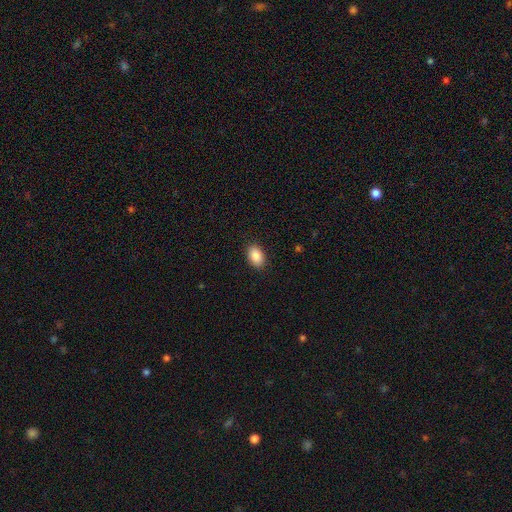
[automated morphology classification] Smooth or featured? Predicted: smooth (p=0.89). How rounded? Predicted: in between (p=0.88). Merging? Predicted: none (p=0.89).